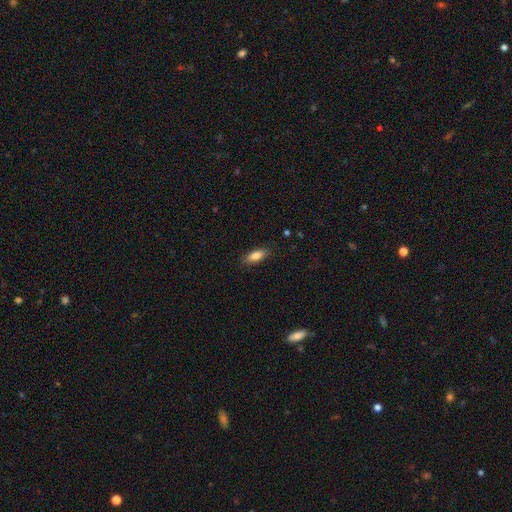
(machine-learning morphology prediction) Smooth or featured: smooth — 82% (featured or disk — 11%)
How rounded: in between — 72% (cigar-shaped — 25%)
Merging: none — 86% (minor disturbance — 10%)